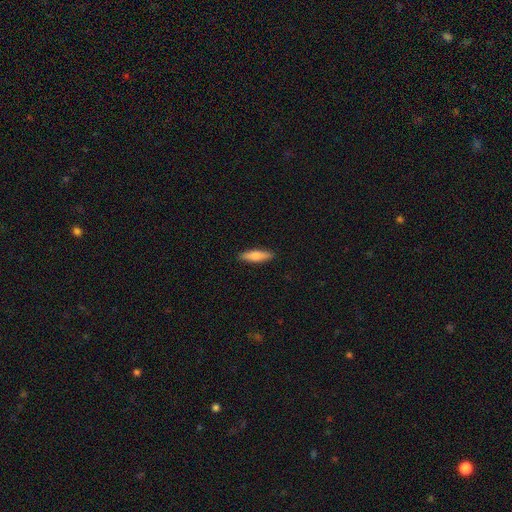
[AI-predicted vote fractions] This appears to be a smooth galaxy with no disk features (75%) that is cigar-shaped (66%). Merging: none (90%).